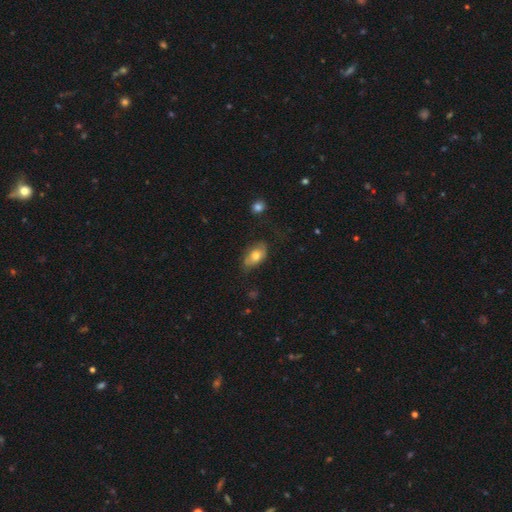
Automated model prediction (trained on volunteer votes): A smooth galaxy with no disk features (71%) that is in between round and cigar-shaped (90%).

Vote fractions:
- Smooth or featured? smooth: 71% / featured or disk: 22% / star or artifact: 7%
- How rounded? in between: 90% / round: 7% / cigar-shaped: 2%
- Merging? none: 63% / minor disturbance: 26% / major disturbance: 9% / merger: 2%